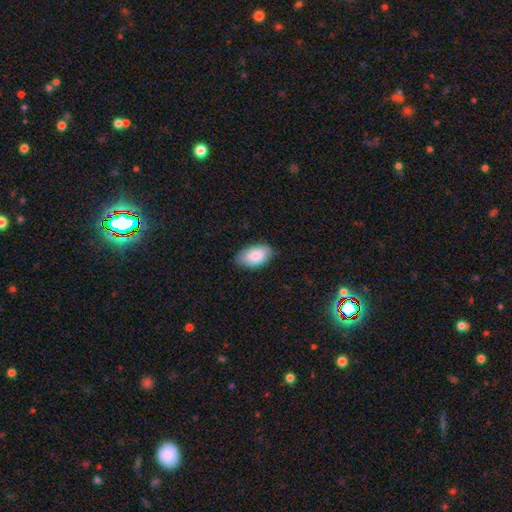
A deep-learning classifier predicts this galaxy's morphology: A smooth galaxy with no disk features (84%) that is in between round and cigar-shaped (95%). Merging: none (79%).